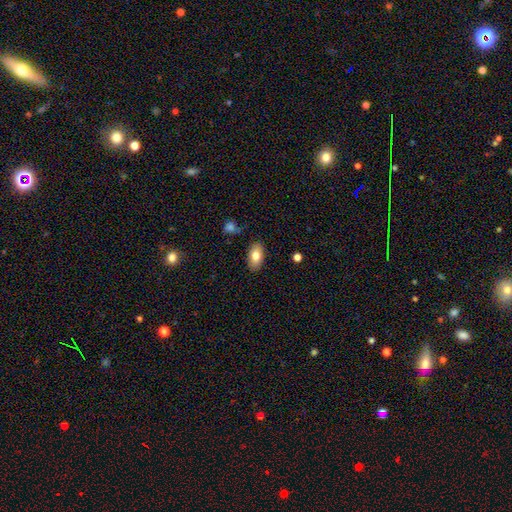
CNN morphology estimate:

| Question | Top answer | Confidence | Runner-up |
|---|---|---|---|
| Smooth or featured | smooth | 80% | featured or disk (13%) |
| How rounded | in between | 93% | round (5%) |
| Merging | none | 86% | minor disturbance (10%) |